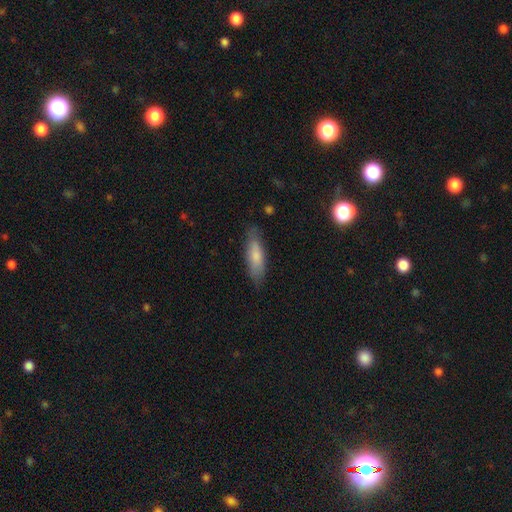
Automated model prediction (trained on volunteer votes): smooth_or_featured: smooth (p=0.74) [alt: featured or disk p=0.20]
how_rounded: cigar-shaped (p=0.54) [alt: in between p=0.44]
merging: none (p=0.78) [alt: minor disturbance p=0.17]